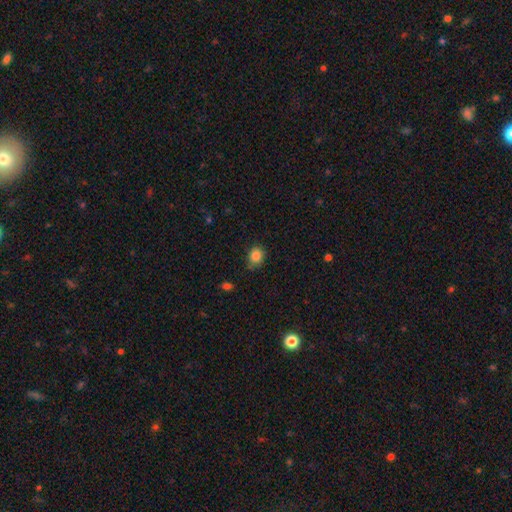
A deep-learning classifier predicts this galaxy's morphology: smooth 85%, star or artifact 10%, featured or disk 4%. Down the decision tree: how rounded — round (66%); merging — none (76%).